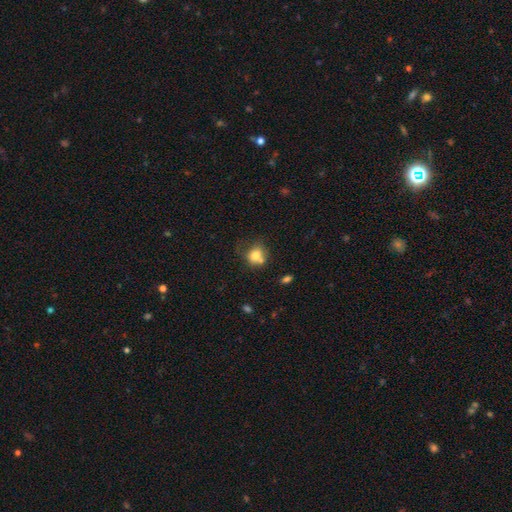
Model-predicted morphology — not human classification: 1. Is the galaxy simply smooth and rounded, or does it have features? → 76% smooth, 13% featured or disk, 10% star or artifact.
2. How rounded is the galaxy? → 69% round, 30% in between, 1% cigar-shaped.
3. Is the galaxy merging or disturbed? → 43% none, 28% merger, 20% minor disturbance, 9% major disturbance.